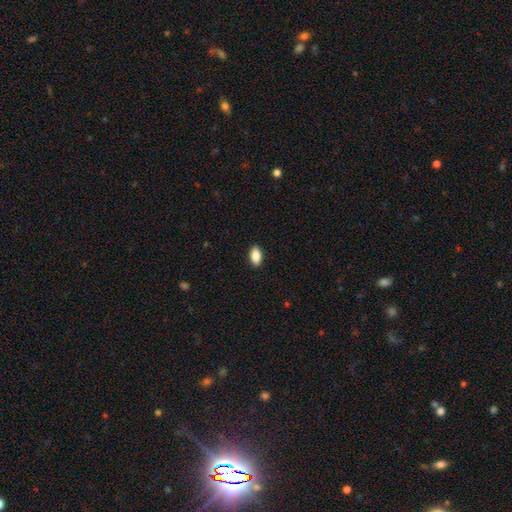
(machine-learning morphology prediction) smooth 88%, star or artifact 7%, featured or disk 5%. Down the decision tree: how rounded — in between (92%); merging — none (90%).